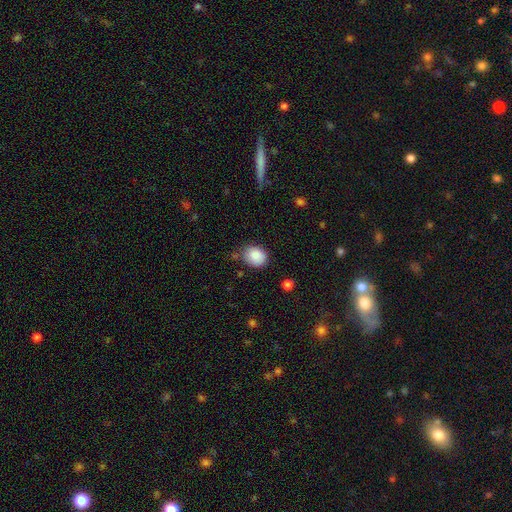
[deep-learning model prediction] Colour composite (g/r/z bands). It shows a smooth galaxy with no disk features (87%) that is round (51%). Merging: none (72%).